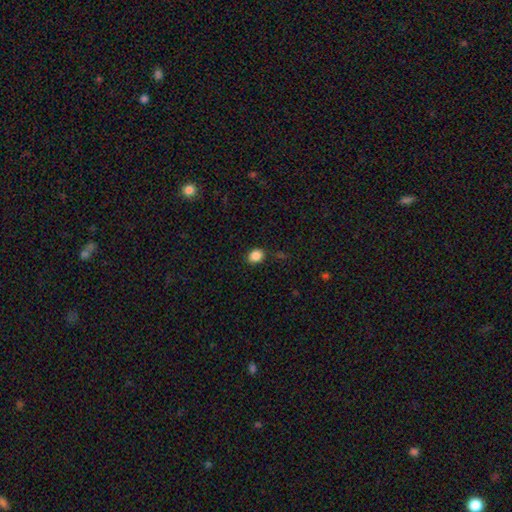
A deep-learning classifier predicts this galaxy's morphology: Smooth or featured? smooth (86%)
How rounded? round (50%)
Merging? none (85%)